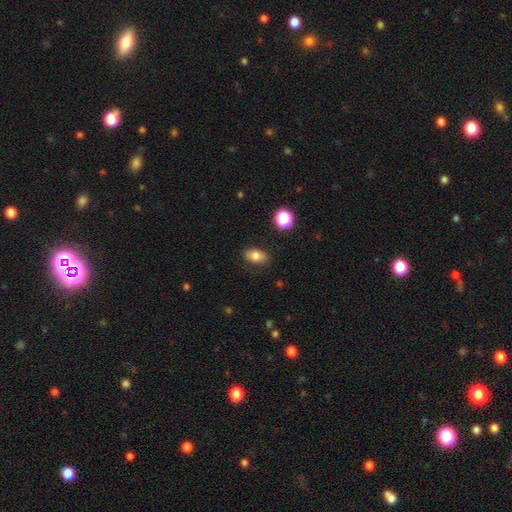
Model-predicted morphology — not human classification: smooth-or-featured: smooth: 80% | star or artifact: 10% | featured or disk: 10%
  how-rounded: in between: 85% | round: 13% | cigar-shaped: 2%
  merging: none: 84% | minor disturbance: 12% | major disturbance: 3% | merger: 1%